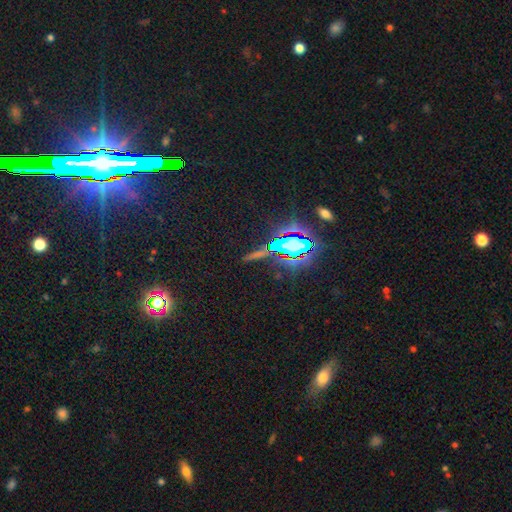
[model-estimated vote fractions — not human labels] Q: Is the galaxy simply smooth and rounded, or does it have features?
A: star or artifact — 82%.